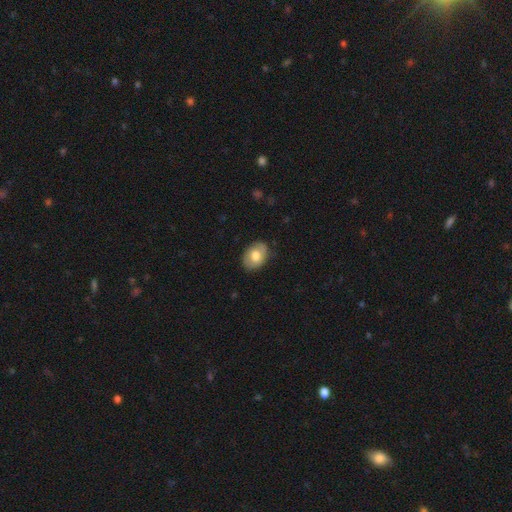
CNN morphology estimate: Smooth or featured? Predicted: smooth (p=0.69). How rounded? Predicted: in between (p=0.75). Merging? Predicted: none (p=0.82).